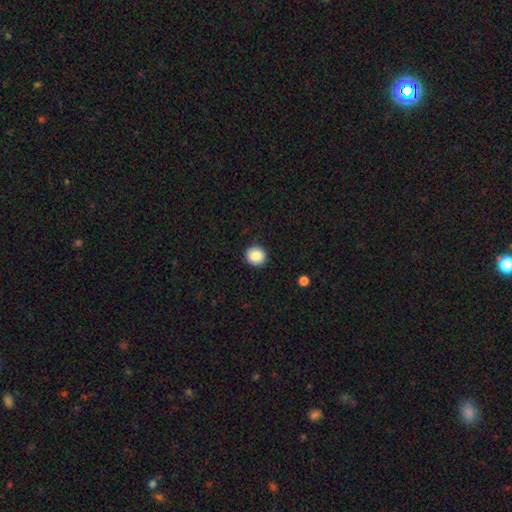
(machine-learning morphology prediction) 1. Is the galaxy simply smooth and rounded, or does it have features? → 87% smooth, 9% star or artifact, 4% featured or disk.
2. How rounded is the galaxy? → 92% round, 7% in between, 1% cigar-shaped.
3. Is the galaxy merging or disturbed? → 91% none, 6% minor disturbance, 2% major disturbance, 1% merger.